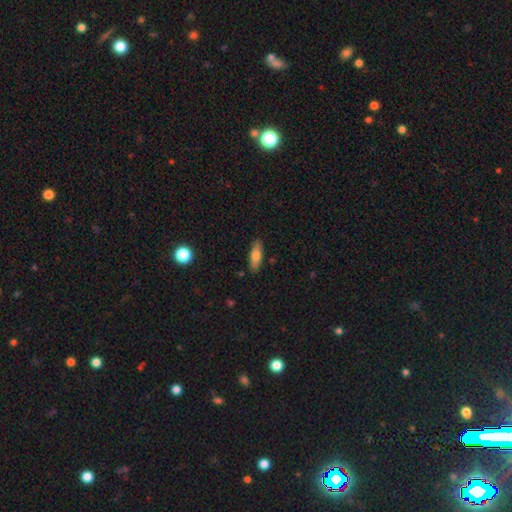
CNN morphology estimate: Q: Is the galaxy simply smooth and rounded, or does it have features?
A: smooth — 74%.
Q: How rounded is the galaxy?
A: in between — 59%.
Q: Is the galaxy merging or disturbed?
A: none — 87%.